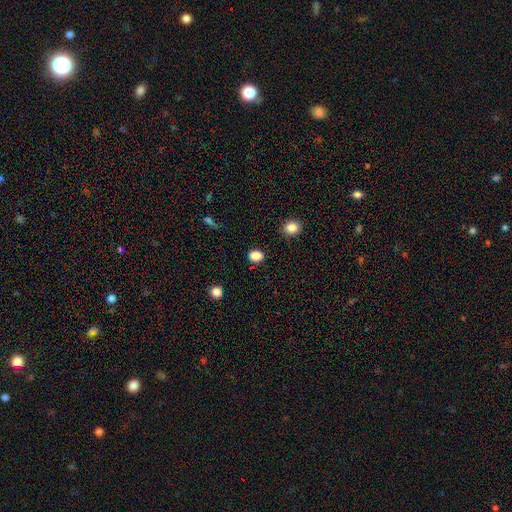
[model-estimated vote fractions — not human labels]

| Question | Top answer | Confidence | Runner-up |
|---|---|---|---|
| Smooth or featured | smooth | 86% | star or artifact (11%) |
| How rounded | round | 52% | in between (47%) |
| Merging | none | 88% | minor disturbance (8%) |